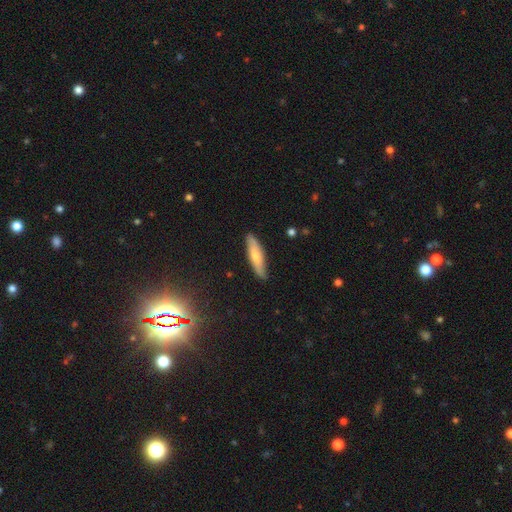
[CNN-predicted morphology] This is likely a smooth galaxy (68%). How rounded: likely cigar-shaped (75%). Merging: clearly none (85%).